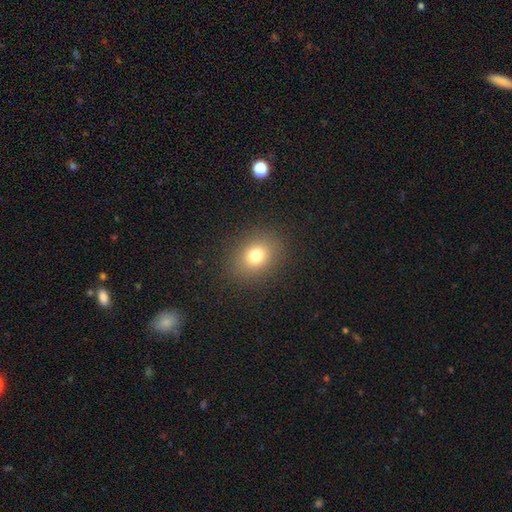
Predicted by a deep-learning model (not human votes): A smooth galaxy with no disk features (76%) that is round (54%). Merging: none (88%).